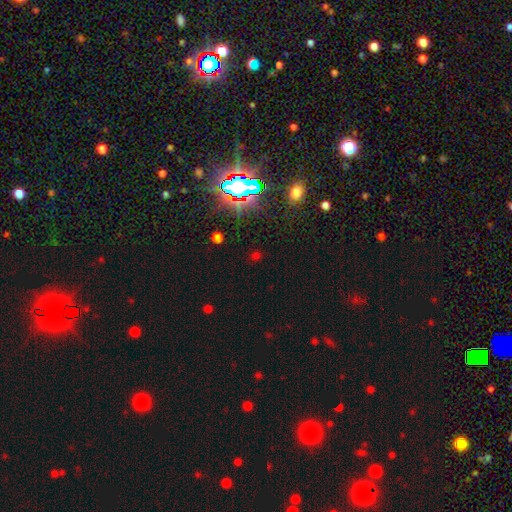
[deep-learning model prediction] smooth-or-featured: star or artifact: 64% | smooth: 27% | featured or disk: 9%